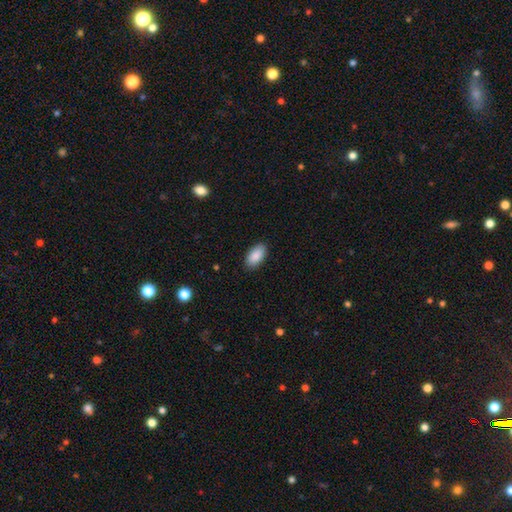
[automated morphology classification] Overall: smooth (89%). How rounded: in between (95%). Merging: none (88%).